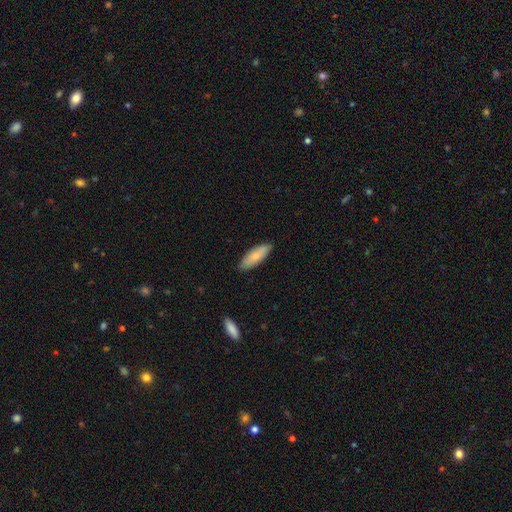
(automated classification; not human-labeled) smooth 76%, featured or disk 18%, star or artifact 6%. Down the decision tree: how rounded — in between (63%); merging — none (85%).